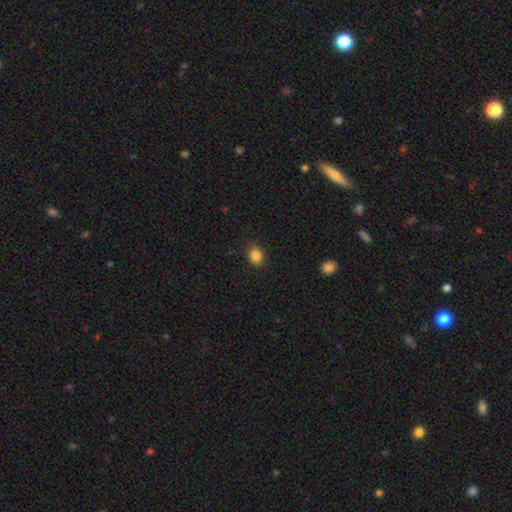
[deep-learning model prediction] Smooth or featured?
  - smooth: 86% *
  - star or artifact: 10%
  - featured or disk: 4%
How rounded?
  - in between: 54% *
  - round: 45%
  - cigar-shaped: 1%
Merging?
  - none: 86% *
  - minor disturbance: 10%
  - major disturbance: 2%
  - merger: 1%